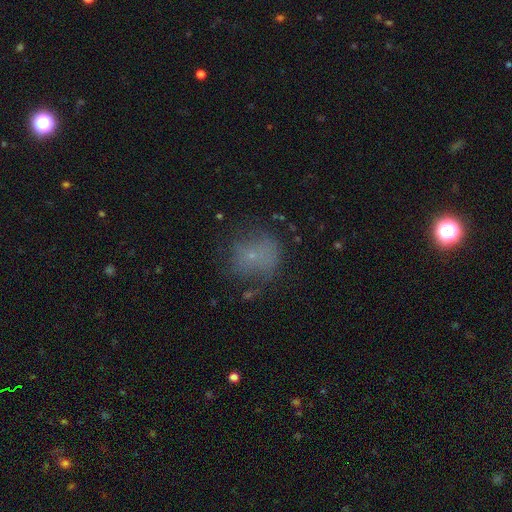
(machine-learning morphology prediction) Smooth or featured? smooth (60%)
How rounded? round (76%)
Merging? none (58%)